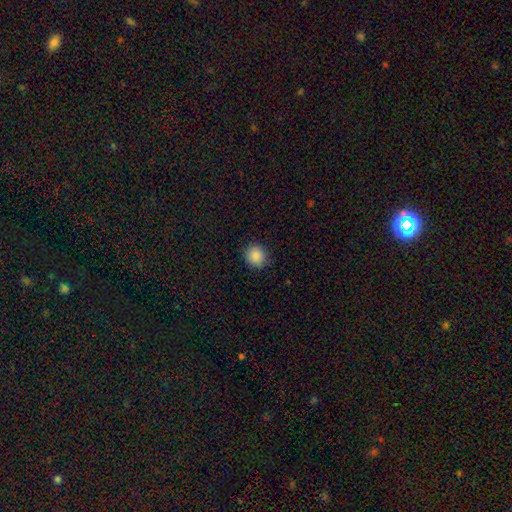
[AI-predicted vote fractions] Smooth or featured? smooth (88%)
How rounded? round (85%)
Merging? none (89%)